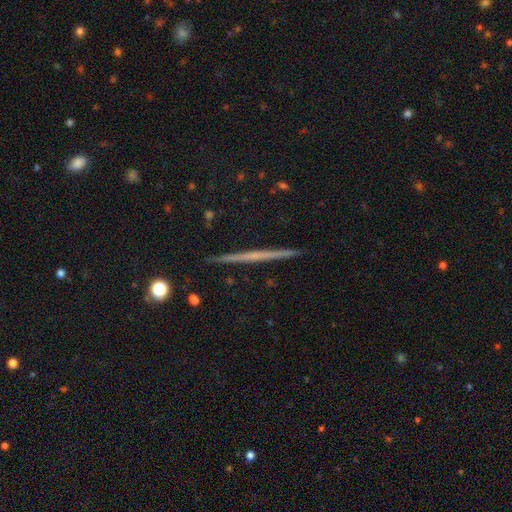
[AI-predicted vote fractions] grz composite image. It shows a featured or disk galaxy (65%) viewed edge-on (98%) with no central bulge (84%). Merging: none (94%).